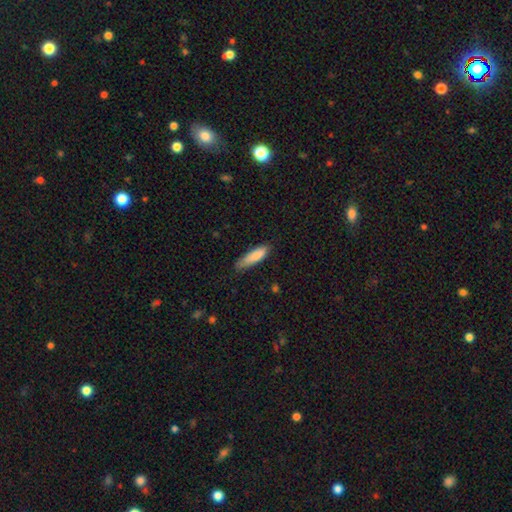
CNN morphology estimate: Smooth or featured?
  - smooth: 83% *
  - featured or disk: 12%
  - star or artifact: 6%
How rounded?
  - cigar-shaped: 58% *
  - in between: 41%
  - round: 2%
Merging?
  - none: 67% *
  - minor disturbance: 27%
  - major disturbance: 4%
  - merger: 2%